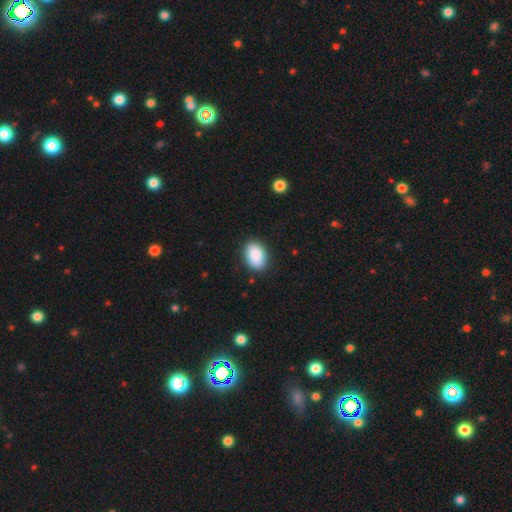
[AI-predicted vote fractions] The model was most divided on "how rounded": in between: 83%, round: 16%, cigar-shaped: 1%. More confident: smooth or featured — smooth (88%); merging — none (87%).